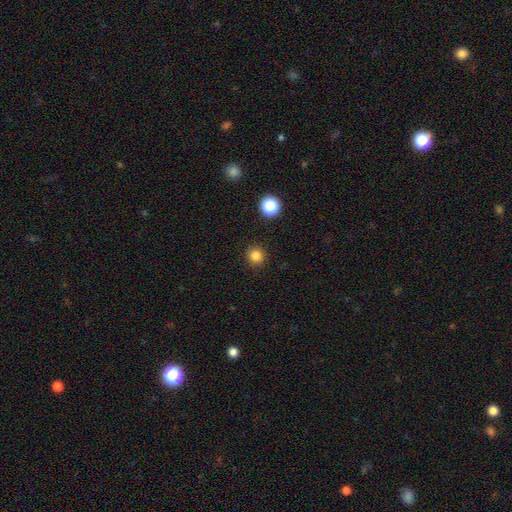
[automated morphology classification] Q: Smooth or featured?
A: smooth (83%); runner-up: star or artifact (13%)
Q: How rounded?
A: round (93%); runner-up: in between (6%)
Q: Merging?
A: none (91%); runner-up: minor disturbance (5%)